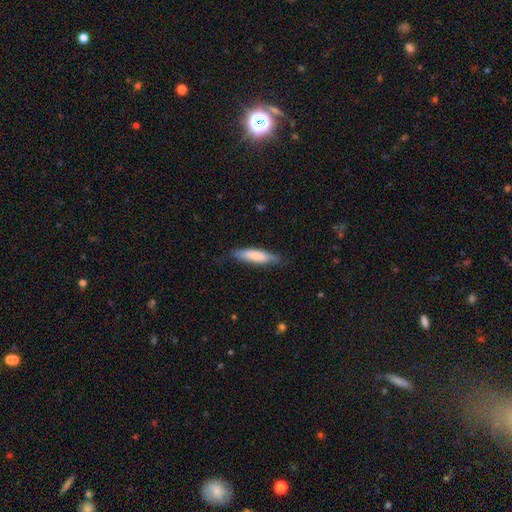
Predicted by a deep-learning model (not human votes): Smooth or featured: smooth — 76% (featured or disk — 19%)
How rounded: cigar-shaped — 74% (in between — 25%)
Merging: none — 79% (minor disturbance — 17%)